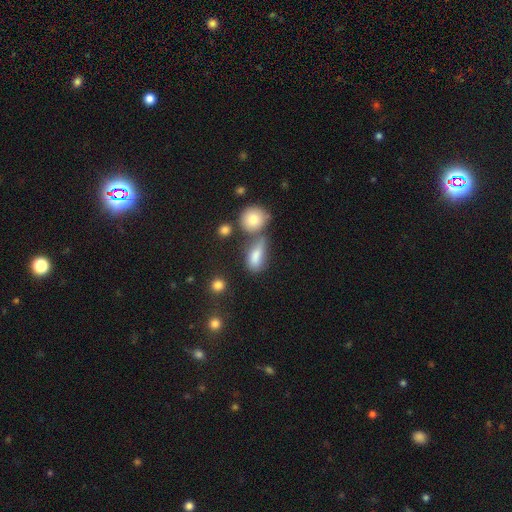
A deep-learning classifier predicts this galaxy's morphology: Overall: smooth (76%). How rounded: in between (74%). Merging: none (41%; merger 29%).